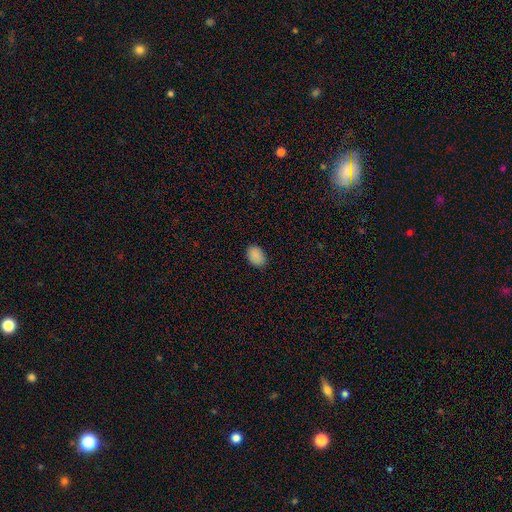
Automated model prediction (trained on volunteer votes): Smooth or featured?
  - smooth: 88% *
  - star or artifact: 9%
  - featured or disk: 3%
How rounded?
  - in between: 79% *
  - round: 19%
  - cigar-shaped: 1%
Merging?
  - none: 87% *
  - minor disturbance: 10%
  - major disturbance: 2%
  - merger: 1%